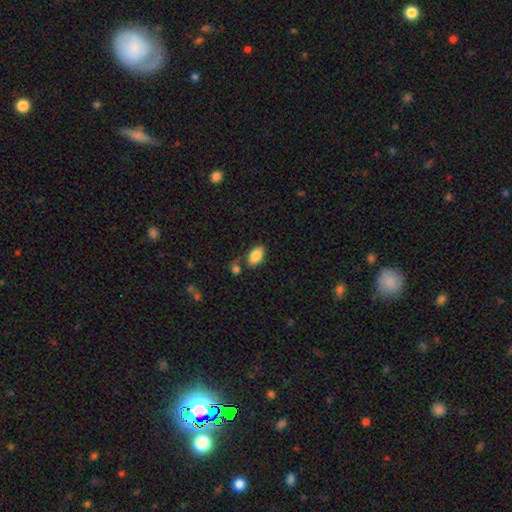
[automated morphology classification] type=smooth (85%); roundness=in between (93%); merging=none (67%).